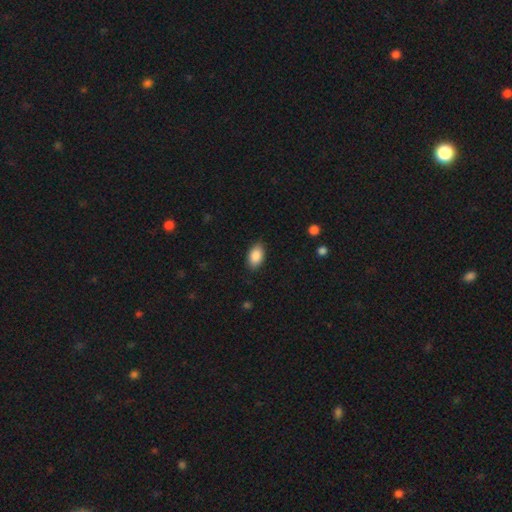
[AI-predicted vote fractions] Smooth or featured? Predicted: smooth (p=0.89). How rounded? Predicted: in between (p=0.92). Merging? Predicted: none (p=0.85).